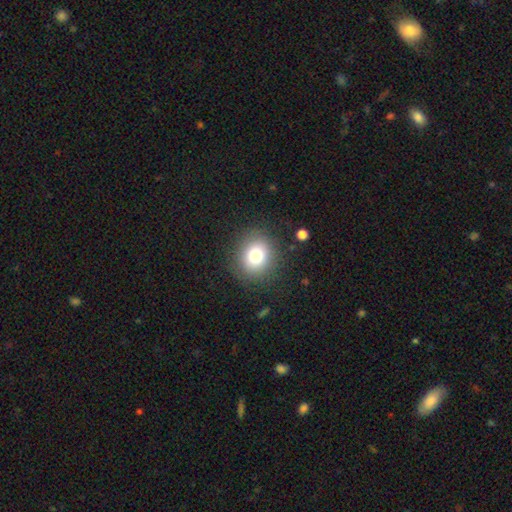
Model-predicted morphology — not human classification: smooth-or-featured: smooth: 78% | star or artifact: 12% | featured or disk: 10%
  how-rounded: round: 76% | in between: 24% | cigar-shaped: 1%
  merging: none: 86% | minor disturbance: 9% | major disturbance: 4% | merger: 1%